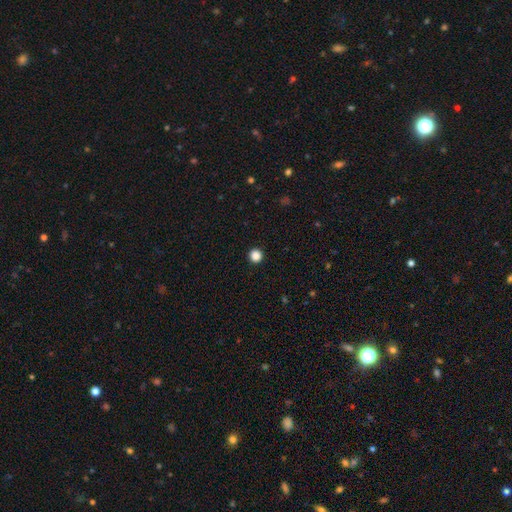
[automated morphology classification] smooth 86%, star or artifact 11%, featured or disk 3%. Down the decision tree: how rounded — round (95%); merging — none (94%).